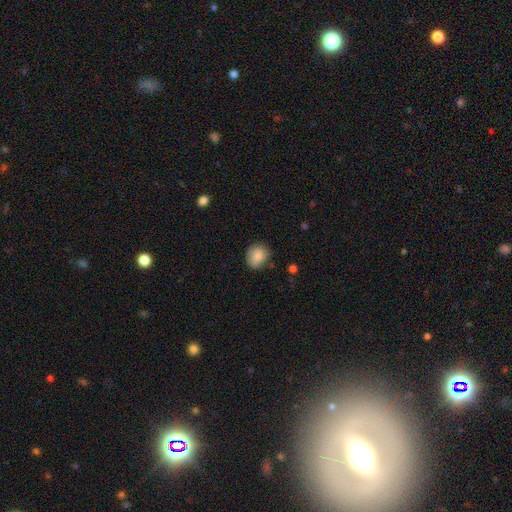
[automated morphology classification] Smooth or featured: smooth — 86% (star or artifact — 8%)
How rounded: round — 73% (in between — 26%)
Merging: none — 79% (minor disturbance — 16%)